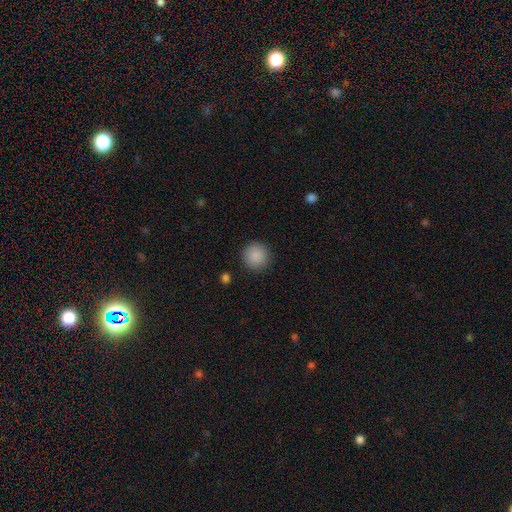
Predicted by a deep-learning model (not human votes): Morphology: type=smooth (89%); roundness=round (95%); merging=none (91%).